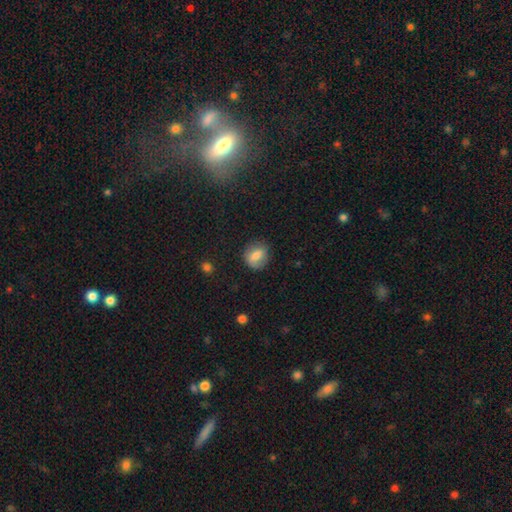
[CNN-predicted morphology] Smooth or featured?
  - smooth: 75% *
  - featured or disk: 16%
  - star or artifact: 9%
How rounded?
  - round: 61% *
  - in between: 37%
  - cigar-shaped: 2%
Merging?
  - none: 76% *
  - minor disturbance: 17%
  - major disturbance: 5%
  - merger: 1%